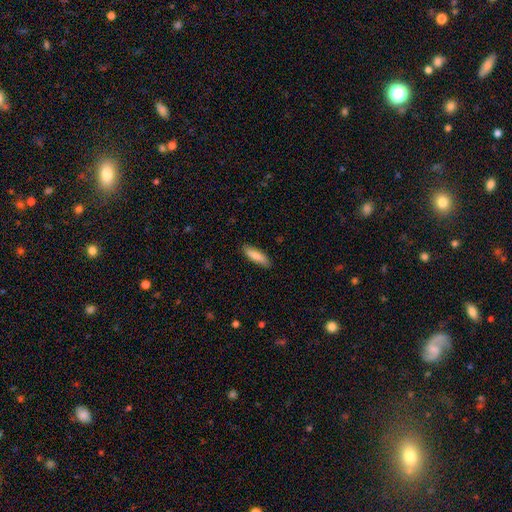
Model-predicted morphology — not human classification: Smooth or featured?
  - smooth: 84% *
  - featured or disk: 11%
  - star or artifact: 5%
How rounded?
  - cigar-shaped: 57% *
  - in between: 42%
  - round: 2%
Merging?
  - none: 87% *
  - minor disturbance: 10%
  - major disturbance: 2%
  - merger: 1%